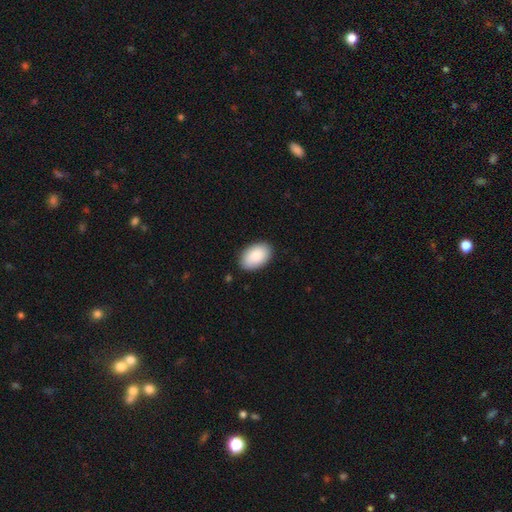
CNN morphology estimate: The model was most divided on "merging": none: 88%, minor disturbance: 9%, major disturbance: 2%, merger: 1%. More confident: how rounded — in between (93%); smooth or featured — smooth (88%).